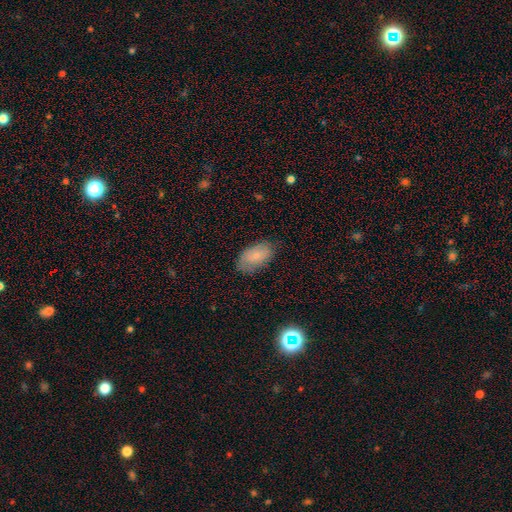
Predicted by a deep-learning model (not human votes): Smooth or featured: smooth — 75% (featured or disk — 17%)
How rounded: in between — 93% (round — 5%)
Merging: none — 78% (minor disturbance — 18%)